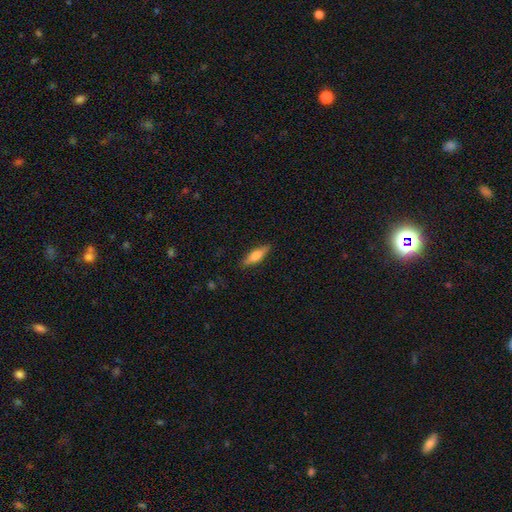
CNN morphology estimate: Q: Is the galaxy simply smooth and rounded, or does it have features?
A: smooth — 63%.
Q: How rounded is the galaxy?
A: cigar-shaped — 58%.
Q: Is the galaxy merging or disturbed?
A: none — 86%.